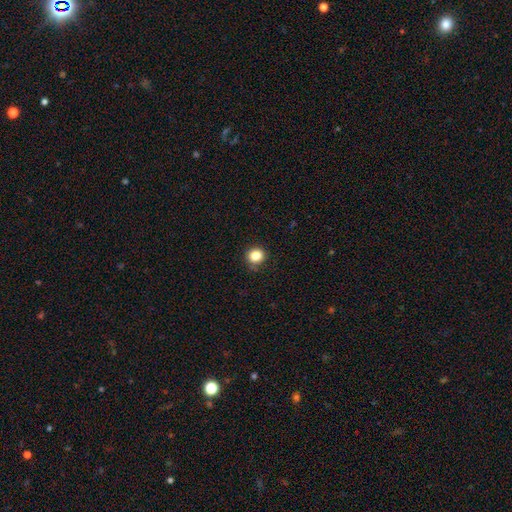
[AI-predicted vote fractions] Morphology: type=smooth (84%); roundness=round (89%); merging=none (88%).